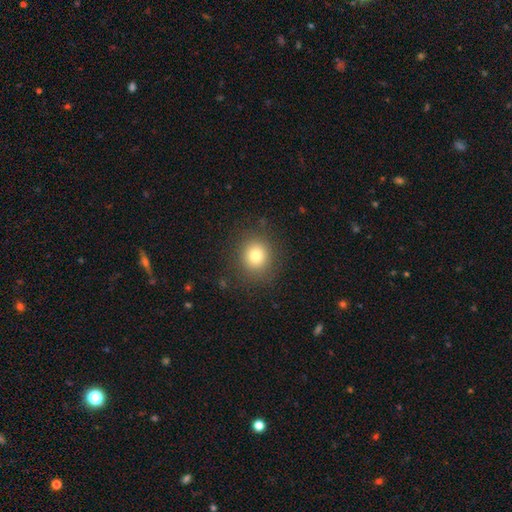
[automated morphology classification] A smooth galaxy with no disk features (78%) that is round (81%).

Vote fractions:
- Smooth or featured? smooth: 78% / star or artifact: 13% / featured or disk: 9%
- How rounded? round: 81% / in between: 18% / cigar-shaped: 1%
- Merging? none: 86% / minor disturbance: 9% / major disturbance: 4% / merger: 1%